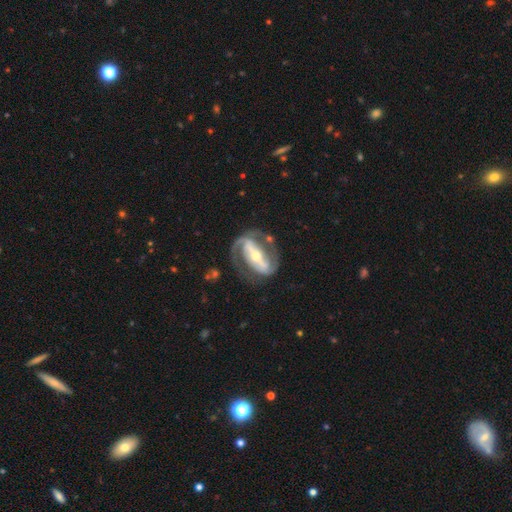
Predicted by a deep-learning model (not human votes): smooth_or_featured: featured or disk (p=0.88) [alt: smooth p=0.08]
disk_edge_on: no (p=0.94) [alt: yes p=0.06]
bar: strong (p=0.76) [alt: weak p=0.14]
has_spiral_arms: yes (p=0.90) [alt: no p=0.10]
spiral_winding: medium (p=0.46) [alt: tight p=0.34]
spiral_arm_count: 2 (p=0.87) [alt: 1 p=0.05]
bulge_size: moderate (p=0.52) [alt: small p=0.40]
merging: none (p=0.69) [alt: minor disturbance p=0.15]